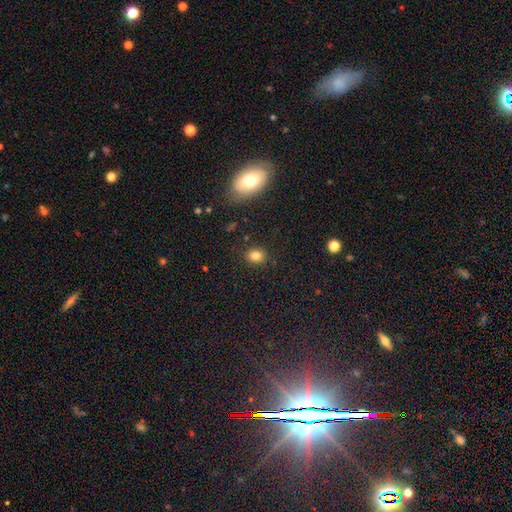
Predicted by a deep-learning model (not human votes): smooth-or-featured: smooth: 81% | star or artifact: 12% | featured or disk: 7%
  how-rounded: round: 68% | in between: 31% | cigar-shaped: 1%
  merging: none: 87% | minor disturbance: 8% | major disturbance: 3% | merger: 2%